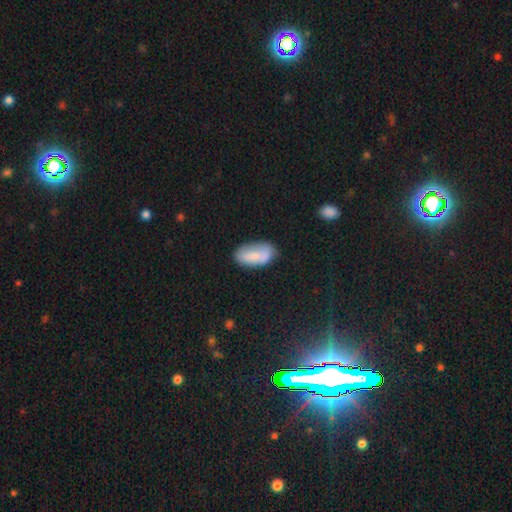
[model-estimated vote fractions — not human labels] This appears to be a smooth galaxy with no disk features (72%) that is in between round and cigar-shaped (92%). Merging: none (61%).